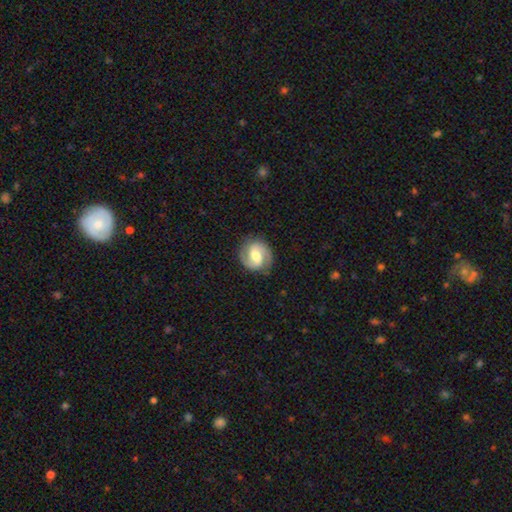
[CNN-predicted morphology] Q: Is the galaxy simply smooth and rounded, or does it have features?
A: featured or disk — 80%.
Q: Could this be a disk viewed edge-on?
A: no — 98%.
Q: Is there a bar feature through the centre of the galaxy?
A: weak — 49%.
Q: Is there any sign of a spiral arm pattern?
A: yes — 94%.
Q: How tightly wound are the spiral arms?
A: medium — 49%.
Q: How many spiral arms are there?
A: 2 — 91%.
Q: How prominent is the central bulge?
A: moderate — 67%.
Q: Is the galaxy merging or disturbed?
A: none — 85%.